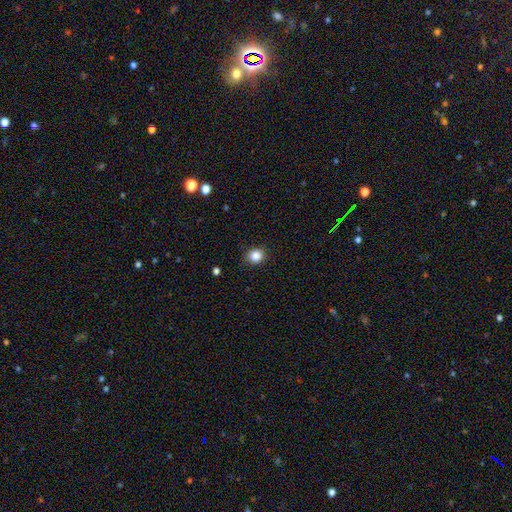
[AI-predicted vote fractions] A smooth galaxy with no disk features (86%) that is round (82%). Merging: none (85%).